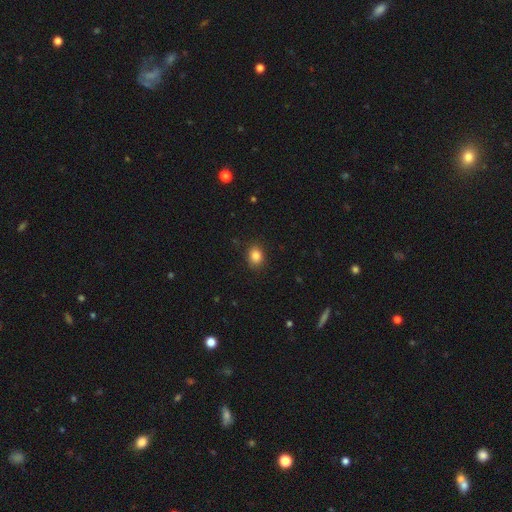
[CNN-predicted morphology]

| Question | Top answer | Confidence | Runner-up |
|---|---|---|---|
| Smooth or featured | smooth | 85% | star or artifact (10%) |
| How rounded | in between | 52% | round (47%) |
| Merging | none | 87% | minor disturbance (10%) |